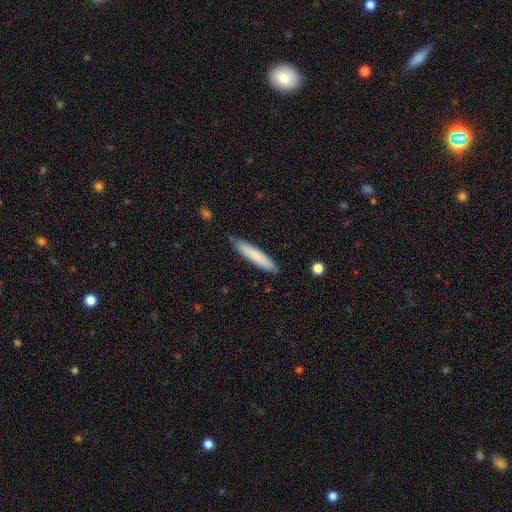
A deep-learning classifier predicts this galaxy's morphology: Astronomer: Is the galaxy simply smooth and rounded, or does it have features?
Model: smooth — 80%.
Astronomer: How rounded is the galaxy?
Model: cigar-shaped — 89%.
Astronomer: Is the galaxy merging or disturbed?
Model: none — 85%.